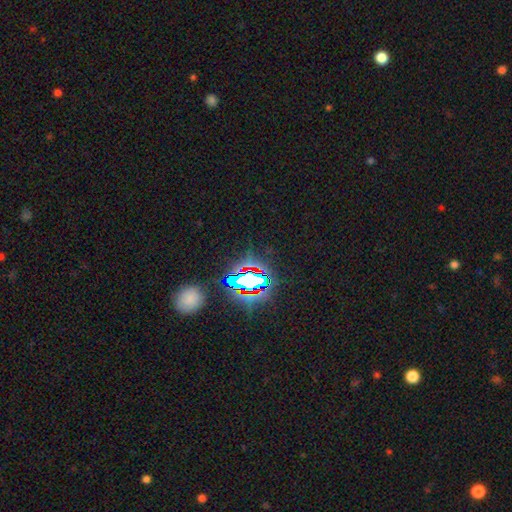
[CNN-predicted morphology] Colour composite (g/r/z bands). It shows a star or artifact, not a galaxy (81%).